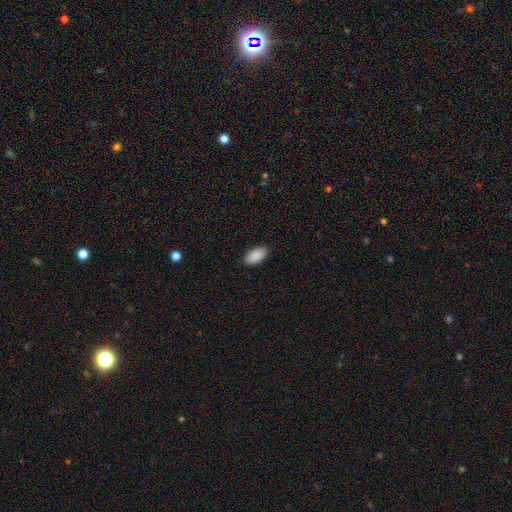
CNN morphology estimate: smooth_or_featured: smooth (p=0.91) [alt: star or artifact p=0.07]
how_rounded: in between (p=0.94) [alt: cigar-shaped p=0.04]
merging: none (p=0.88) [alt: minor disturbance p=0.09]